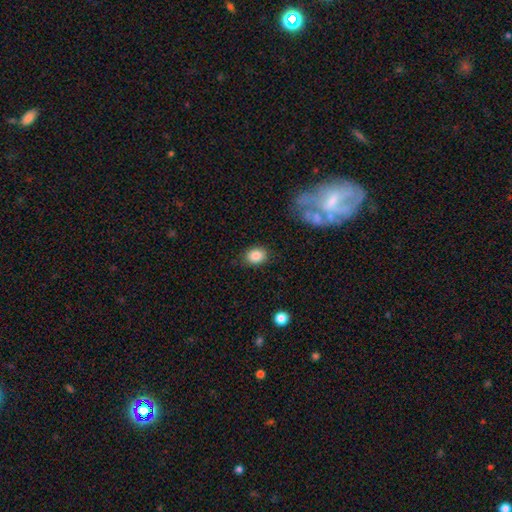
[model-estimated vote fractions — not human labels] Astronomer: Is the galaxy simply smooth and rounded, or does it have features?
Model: smooth — 86%.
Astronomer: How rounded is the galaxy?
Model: in between — 61% (runner-up: round, 38%).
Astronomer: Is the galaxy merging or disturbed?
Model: none — 84%.